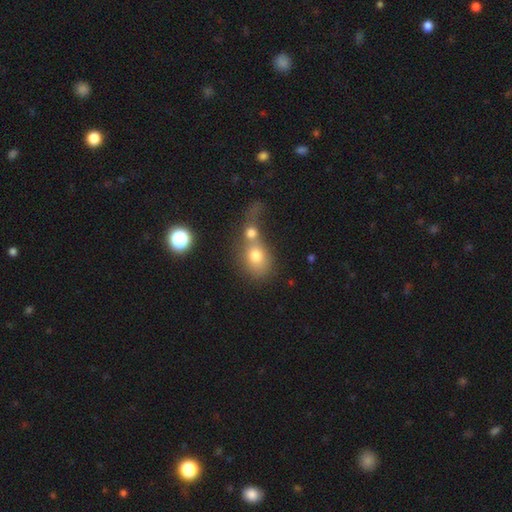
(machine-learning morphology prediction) type=smooth (71%); roundness=round (53%); merging=merger (63%).